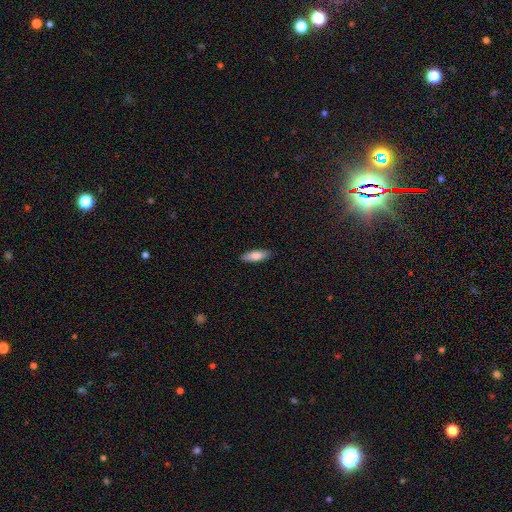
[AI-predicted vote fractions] This appears to be a smooth galaxy with no disk features (80%) that is in between round and cigar-shaped (65%). Merging: none (89%).